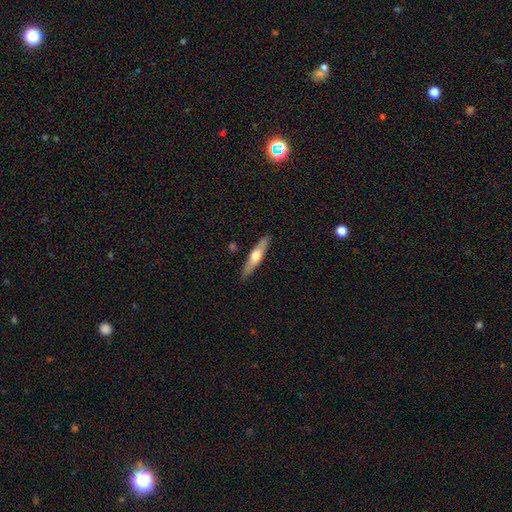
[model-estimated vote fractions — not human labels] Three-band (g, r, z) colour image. It shows a featured or disk galaxy (52%) viewed edge-on (92%). Merging: none (88%).